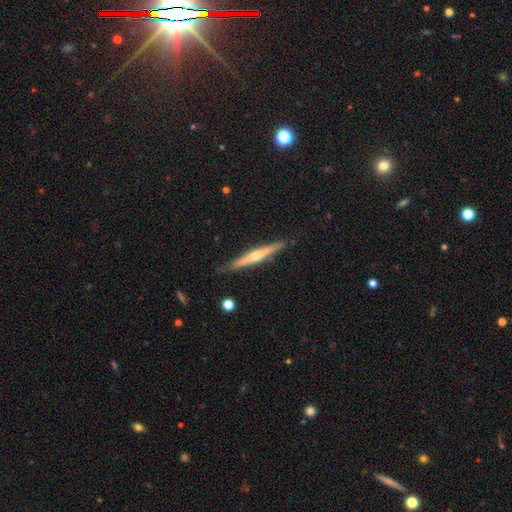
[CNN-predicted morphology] This is likely a featured or disk galaxy (68%). It is clearly viewed edge-on (97%). Edge-on bulge: clearly rounded (82%). Merging: clearly none (86%).